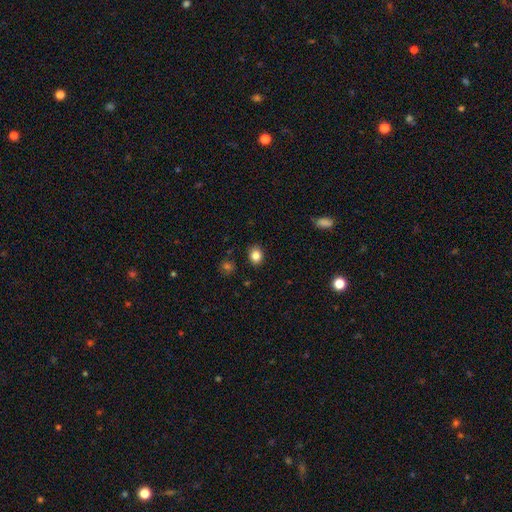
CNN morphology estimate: This is clearly a smooth galaxy (85%). How rounded: possibly round (56%). Merging: clearly none (88%).